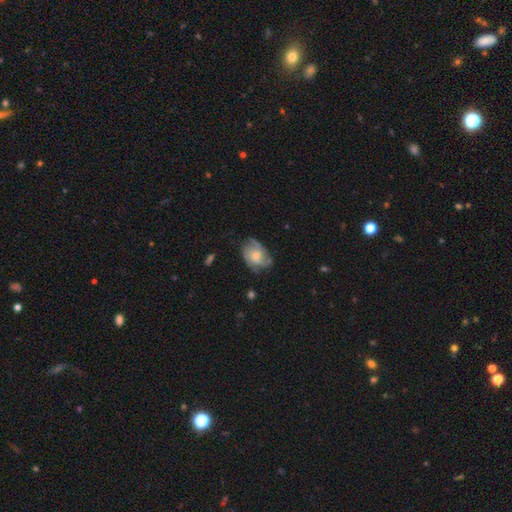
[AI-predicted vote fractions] A featured or disk galaxy (76%) with no bar (76%), 3 (39%) tight (44%) spiral arms (93%) and a moderate central bulge (50%).

Vote fractions:
- Smooth or featured? featured or disk: 76% / smooth: 18% / star or artifact: 6%
- Edge-on disk? no: 97% / yes: 3%
- Bar? no: 76% / weak: 21% / strong: 3%
- Spiral arms? yes: 93% / no: 7%
- Spiral winding? tight: 44% / medium: 41% / loose: 15%
- Spiral arm count? 3: 39% / 2: 25% / can't tell: 19% / 4: 8% / 1: 4% / more than 4: 4%
- Bulge size? moderate: 50% / small: 45% / large: 2% / none: 2% / dominant: 1%
- Merging? none: 64% / minor disturbance: 25% / major disturbance: 9% / merger: 2%